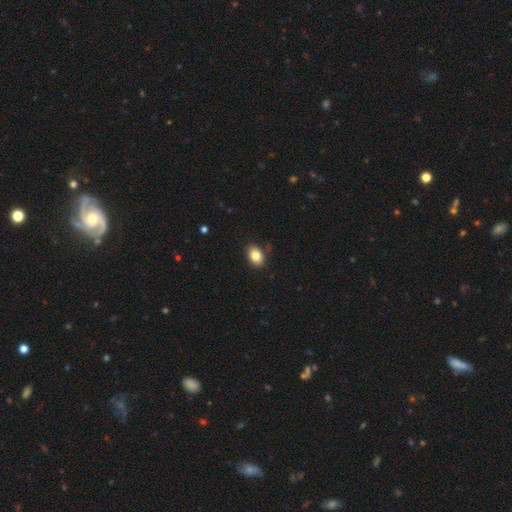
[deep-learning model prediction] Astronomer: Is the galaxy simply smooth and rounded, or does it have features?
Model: smooth — 83%.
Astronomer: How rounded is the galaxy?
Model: in between — 81%.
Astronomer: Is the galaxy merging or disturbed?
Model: none — 85%.